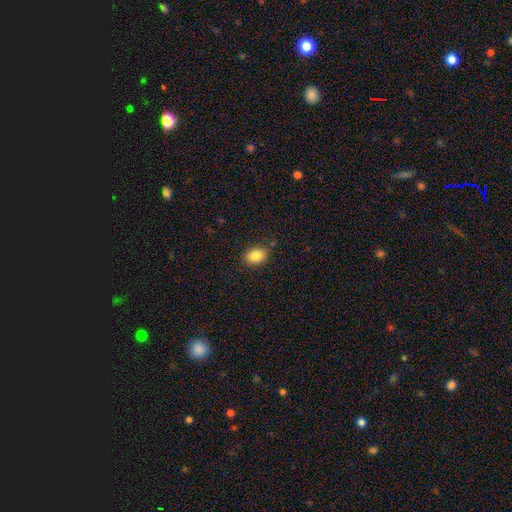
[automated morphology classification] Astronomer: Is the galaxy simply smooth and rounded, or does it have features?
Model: smooth — 85%.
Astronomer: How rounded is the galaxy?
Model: in between — 70%.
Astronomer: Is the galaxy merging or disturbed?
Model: none — 81%.